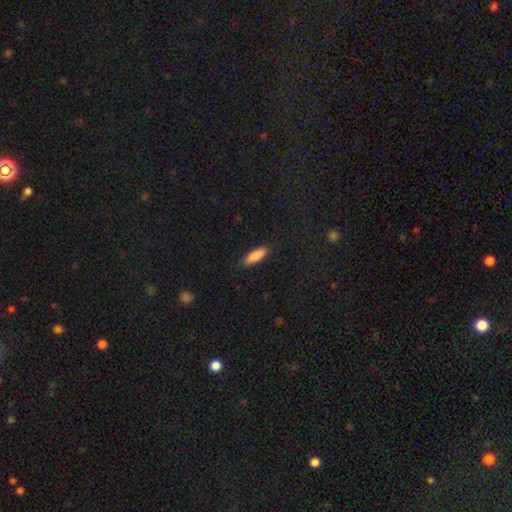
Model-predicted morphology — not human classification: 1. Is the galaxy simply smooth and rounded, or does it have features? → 87% smooth, 6% star or artifact, 6% featured or disk.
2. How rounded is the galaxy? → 52% in between, 46% cigar-shaped, 2% round.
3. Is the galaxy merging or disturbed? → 86% none, 11% minor disturbance, 2% major disturbance, 1% merger.